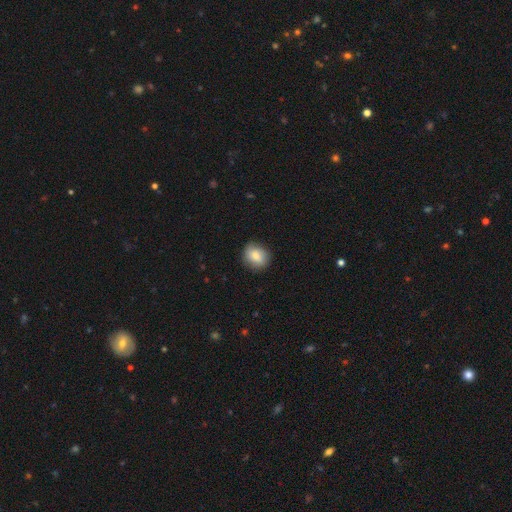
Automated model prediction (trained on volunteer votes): The model was most divided on "how rounded": round: 72%, in between: 27%, cigar-shaped: 1%. More confident: merging — none (82%); smooth or featured — smooth (75%).